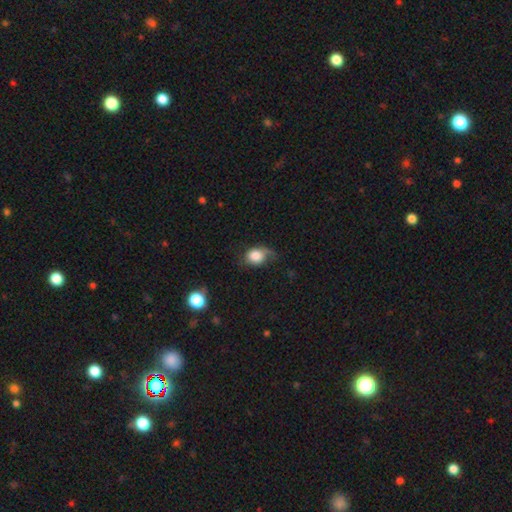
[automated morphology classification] This is likely a smooth galaxy (76%). How rounded: possibly round (53%). Merging: marginally none (40%).